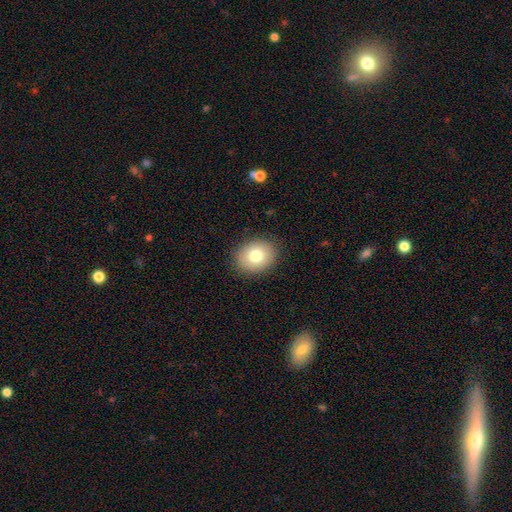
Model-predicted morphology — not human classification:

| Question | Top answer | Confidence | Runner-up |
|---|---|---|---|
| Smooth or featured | smooth | 78% | featured or disk (12%) |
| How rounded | round | 51% | in between (48%) |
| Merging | none | 89% | minor disturbance (8%) |